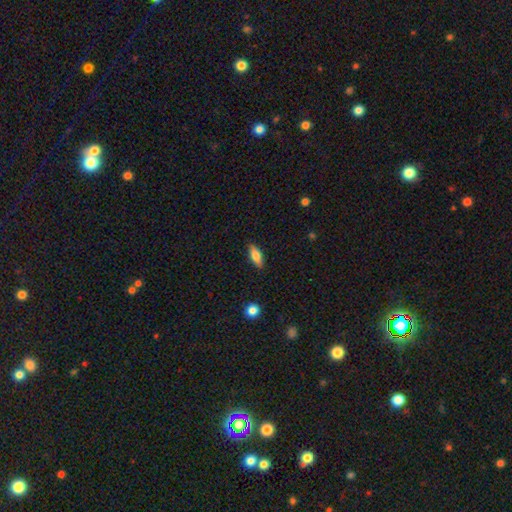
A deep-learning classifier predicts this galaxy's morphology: smooth 75%, featured or disk 18%, star or artifact 7%. Down the decision tree: how rounded — in between (74%); merging — none (87%).